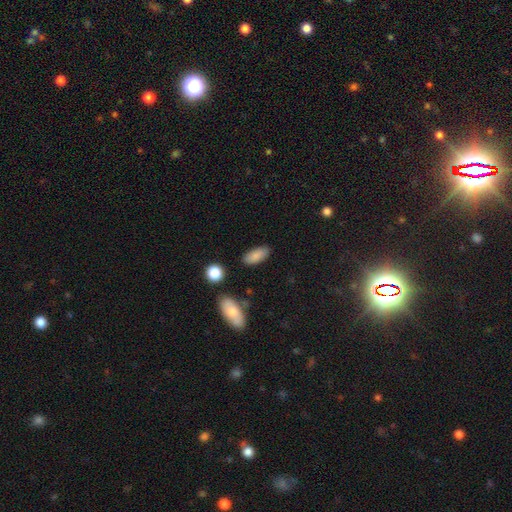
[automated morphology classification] type=smooth (86%); roundness=in between (87%); merging=none (85%).